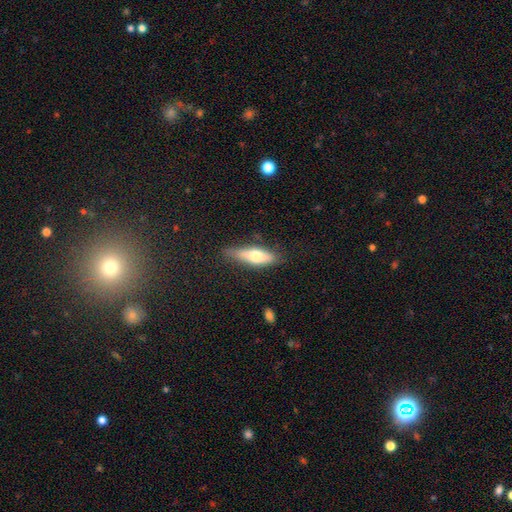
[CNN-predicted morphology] This is likely a smooth galaxy (63%). How rounded: possibly in between (50%). Merging: likely none (68%).